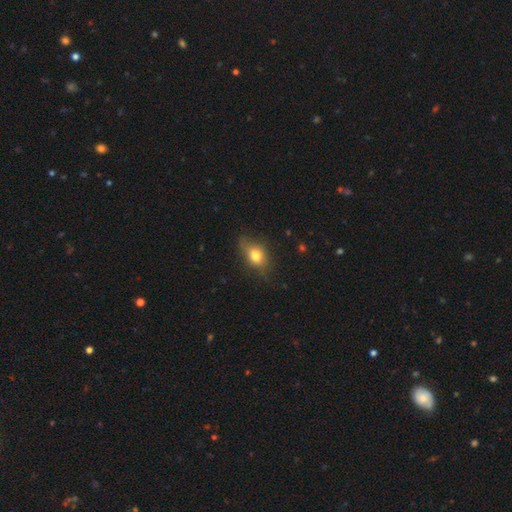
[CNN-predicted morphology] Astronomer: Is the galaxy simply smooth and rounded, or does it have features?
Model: smooth — 73%.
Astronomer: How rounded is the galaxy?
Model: in between — 69%.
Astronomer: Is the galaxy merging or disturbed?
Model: none — 64%.